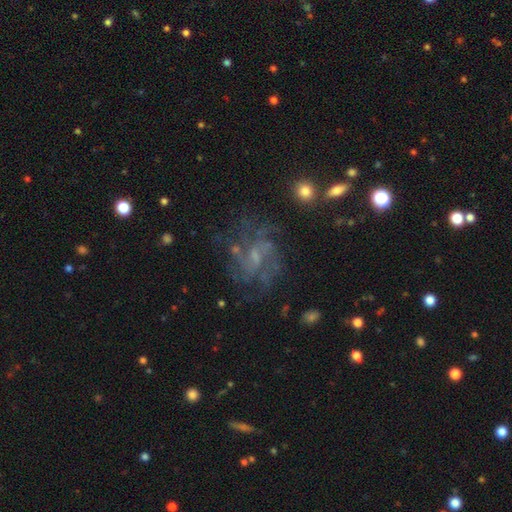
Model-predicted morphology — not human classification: Smooth or featured: featured or disk — 74% (star or artifact — 14%)
Edge-on disk: no — 97% (yes — 3%)
Bar: no — 47% (weak — 45%)
Spiral arms: yes — 85% (no — 15%)
Spiral winding: medium — 45% (tight — 33%)
Spiral arm count: can't tell — 42% (3 — 17%)
Bulge size: small — 51% (none — 23%)
Merging: none — 62% (major disturbance — 18%)